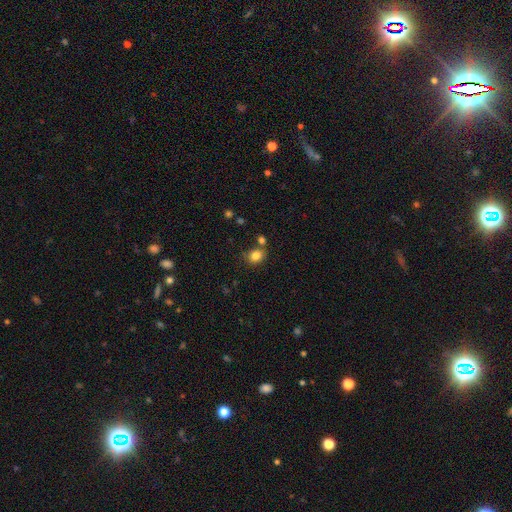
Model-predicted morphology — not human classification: This is clearly a smooth galaxy (83%). How rounded: possibly round (52%). Merging: likely none (69%).